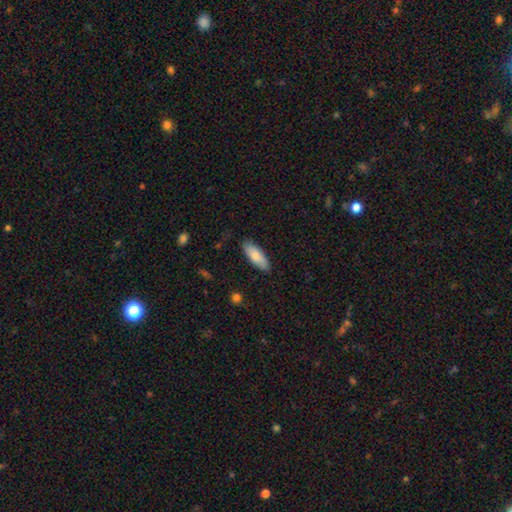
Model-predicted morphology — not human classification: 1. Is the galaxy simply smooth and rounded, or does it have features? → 82% smooth, 12% featured or disk, 6% star or artifact.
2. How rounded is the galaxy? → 68% in between, 30% cigar-shaped, 2% round.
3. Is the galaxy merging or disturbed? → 84% none, 12% minor disturbance, 2% major disturbance, 1% merger.